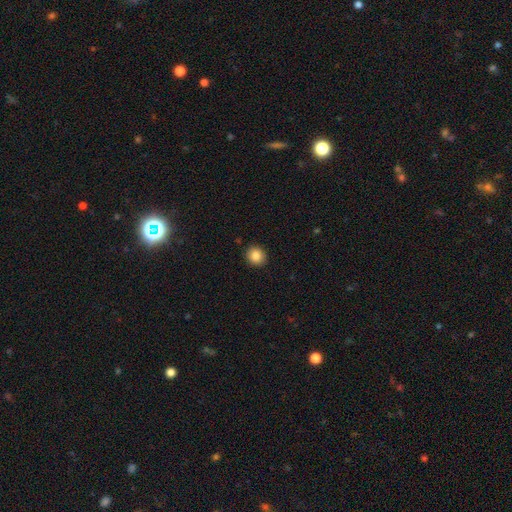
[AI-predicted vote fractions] A smooth galaxy with no disk features (86%) that is round (82%). Merging: none (91%).